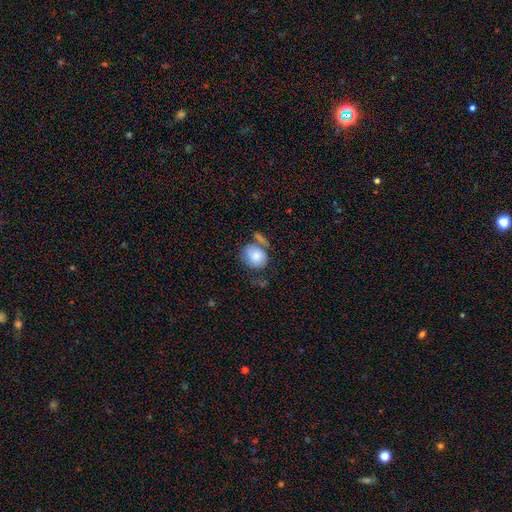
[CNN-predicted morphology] smooth-or-featured: smooth: 81% | featured or disk: 12% | star or artifact: 7%
  how-rounded: round: 68% | in between: 31% | cigar-shaped: 1%
  merging: none: 48% | minor disturbance: 21% | merger: 20% | major disturbance: 11%